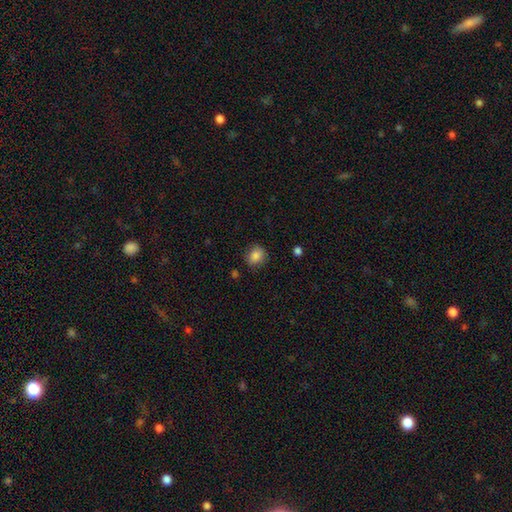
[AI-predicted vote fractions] A smooth galaxy with no disk features (85%) that is round (74%). Merging: none (84%).